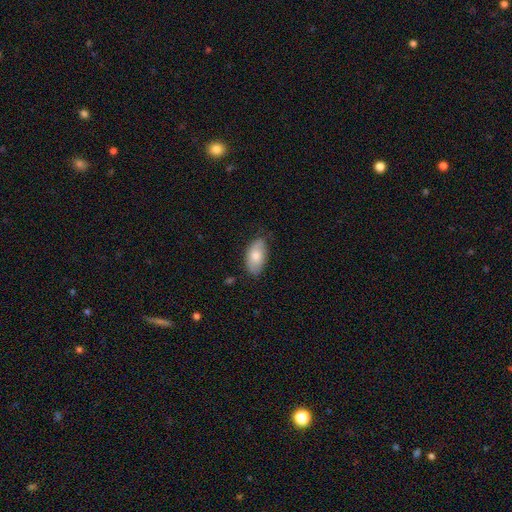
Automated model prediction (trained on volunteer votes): Smooth or featured? Predicted: smooth (p=0.79). How rounded? Predicted: in between (p=0.94). Merging? Predicted: none (p=0.73).